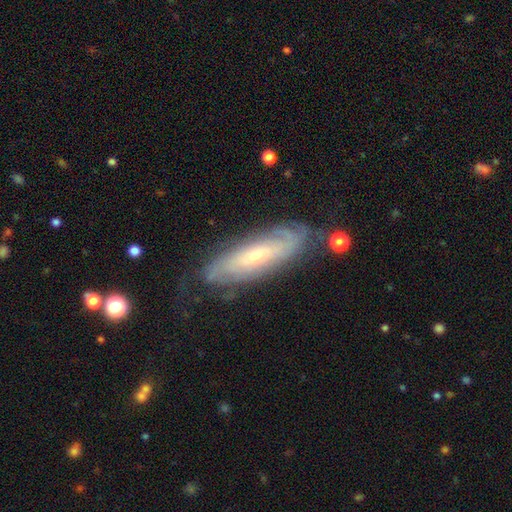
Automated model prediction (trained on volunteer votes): The model was most divided on "bulge size": small: 66%, moderate: 31%, large: 2%, none: 1%, dominant: 1%. More confident: spiral arms — yes (89%); edge-on disk — no (79%); smooth or featured — featured or disk (76%); merging — none (71%); spiral winding — tight (69%); bar — no (64%); spiral arm count — can't tell (58%).